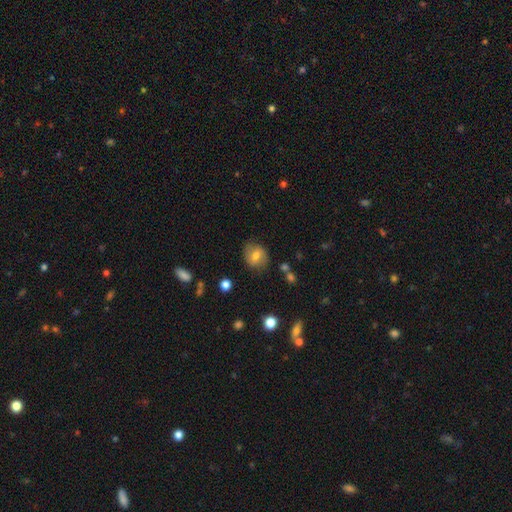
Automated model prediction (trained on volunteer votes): The model was most divided on "how rounded": round: 62%, in between: 37%, cigar-shaped: 1%. More confident: merging — none (76%); smooth or featured — smooth (64%).